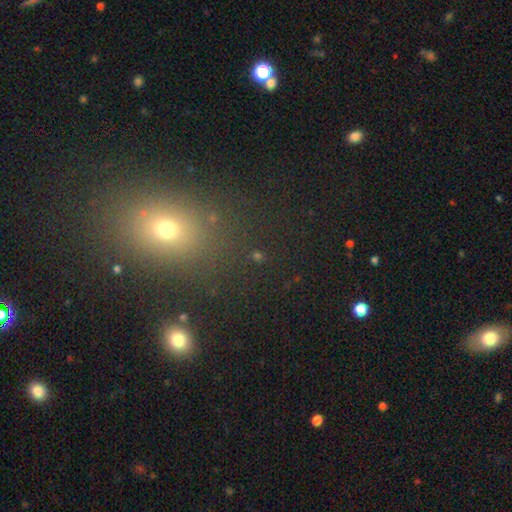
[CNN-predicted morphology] Smooth or featured? smooth (51%)
How rounded? round (55%)
Merging? none (79%)